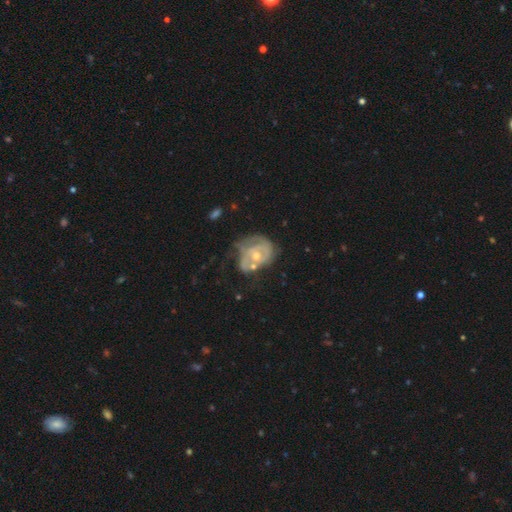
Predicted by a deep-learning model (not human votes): featured or disk 74%, smooth 19%, star or artifact 7%. Down the decision tree: edge-on disk — no (97%); bar — no (75%); spiral arms — yes (72%); spiral arm count — can't tell (40%); spiral winding — tight (60%); bulge size — moderate (52%); merging — none (34%).